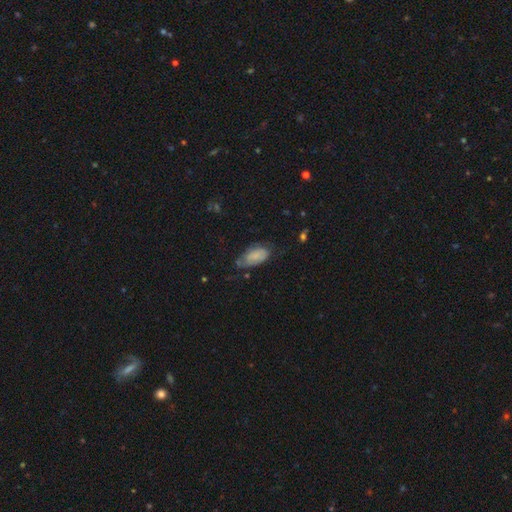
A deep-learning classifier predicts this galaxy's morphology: smooth_or_featured: smooth (p=0.64) [alt: featured or disk p=0.28]
how_rounded: in between (p=0.92) [alt: cigar-shaped p=0.04]
merging: none (p=0.43) [alt: minor disturbance p=0.37]